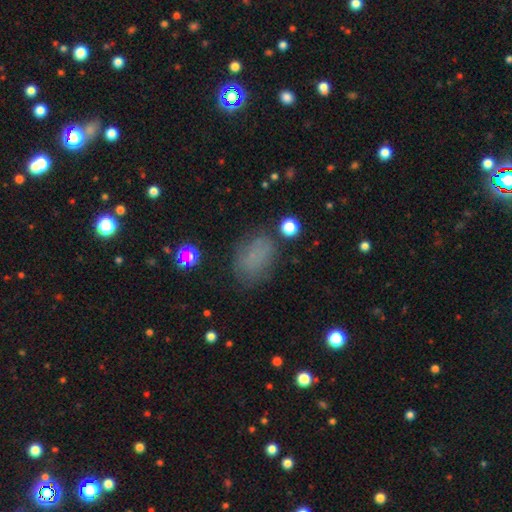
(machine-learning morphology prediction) Smooth or featured? Predicted: smooth (p=0.69). How rounded? Predicted: in between (p=0.79). Merging? Predicted: none (p=0.70).